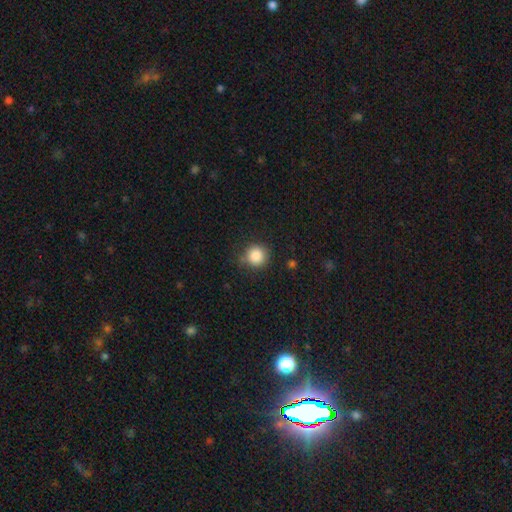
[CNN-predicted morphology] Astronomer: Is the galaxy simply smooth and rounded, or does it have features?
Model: smooth — 86%.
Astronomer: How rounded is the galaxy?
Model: round — 92%.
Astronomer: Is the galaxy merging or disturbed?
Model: none — 80%.